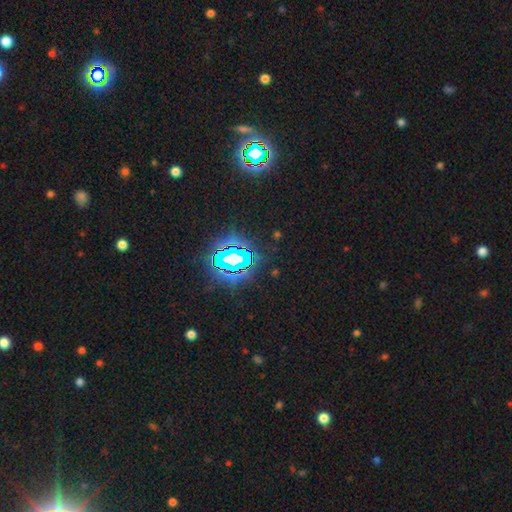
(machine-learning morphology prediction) This appears to be a star or artifact, not a galaxy (79%).